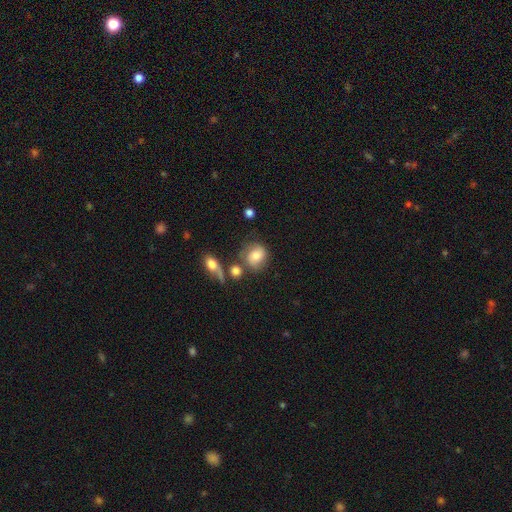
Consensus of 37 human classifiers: Smooth or featured? smooth (62%)
How rounded? round (65%)
Merging? none (36%)